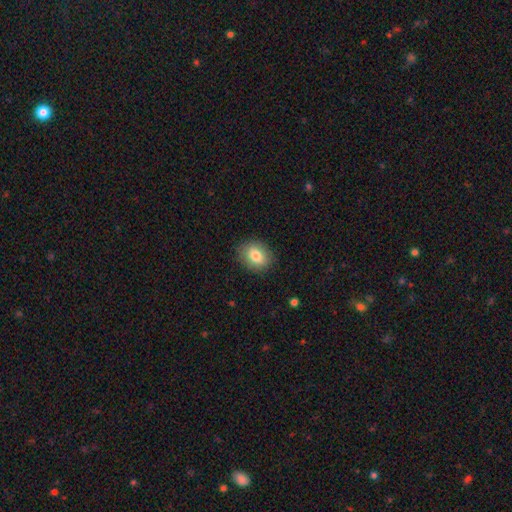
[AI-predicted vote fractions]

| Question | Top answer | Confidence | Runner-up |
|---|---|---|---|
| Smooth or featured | smooth | 80% | featured or disk (11%) |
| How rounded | in between | 54% | round (44%) |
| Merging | none | 87% | minor disturbance (9%) |